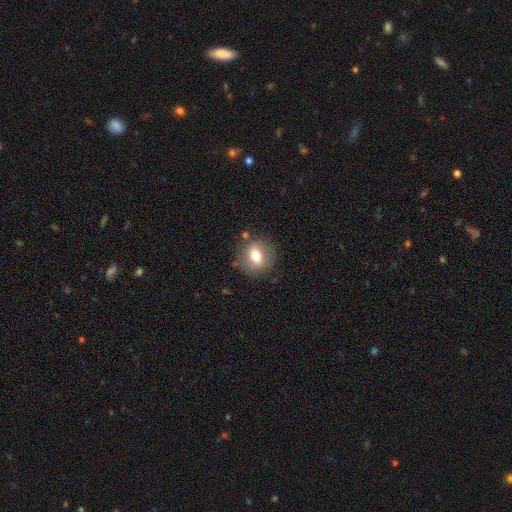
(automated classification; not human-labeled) A smooth galaxy with no disk features (72%) that is round (76%).

Vote fractions:
- Smooth or featured? smooth: 72% / featured or disk: 18% / star or artifact: 10%
- How rounded? round: 76% / in between: 23% / cigar-shaped: 1%
- Merging? none: 81% / minor disturbance: 12% / major disturbance: 4% / merger: 3%